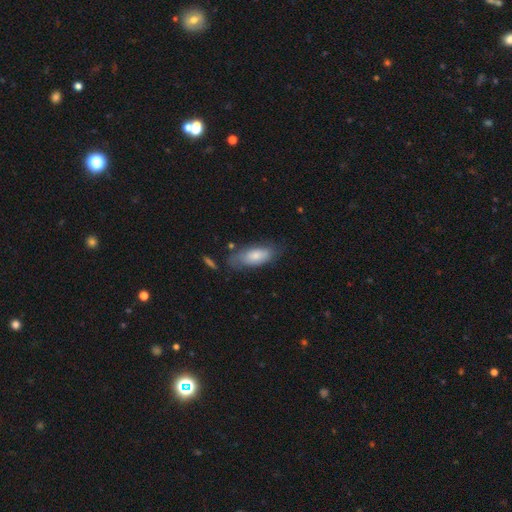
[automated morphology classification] type=smooth (75%); roundness=in between (84%); merging=none (58%).